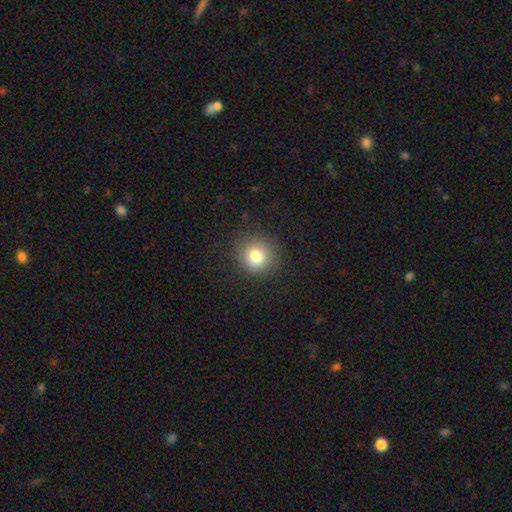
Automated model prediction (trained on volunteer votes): smooth-or-featured: smooth: 79% | star or artifact: 13% | featured or disk: 8%
  how-rounded: round: 91% | in between: 8% | cigar-shaped: 1%
  merging: none: 88% | minor disturbance: 8% | major disturbance: 3% | merger: 1%